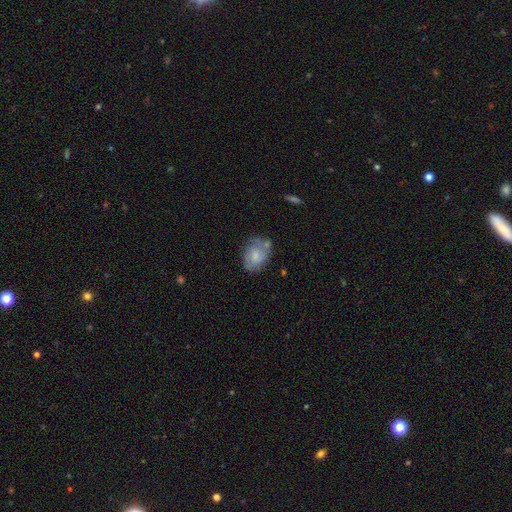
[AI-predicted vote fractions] Smooth or featured?
  - smooth: 64% *
  - featured or disk: 29%
  - star or artifact: 7%
How rounded?
  - in between: 78% *
  - round: 21%
  - cigar-shaped: 1%
Merging?
  - none: 54% *
  - minor disturbance: 27%
  - merger: 10%
  - major disturbance: 9%